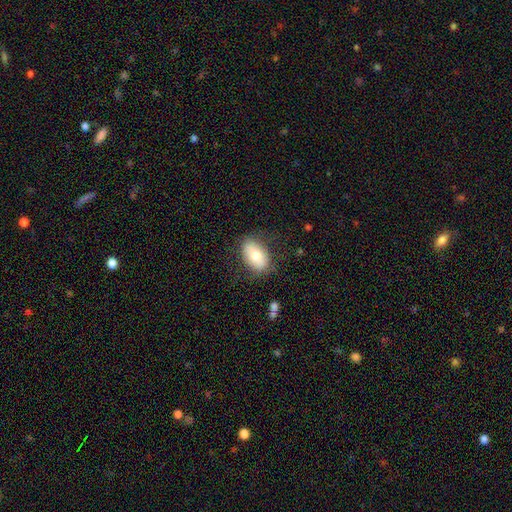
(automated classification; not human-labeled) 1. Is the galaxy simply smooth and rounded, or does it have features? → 71% smooth, 22% featured or disk, 7% star or artifact.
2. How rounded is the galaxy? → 89% in between, 9% round, 2% cigar-shaped.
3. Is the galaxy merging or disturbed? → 78% none, 15% minor disturbance, 5% major disturbance, 2% merger.